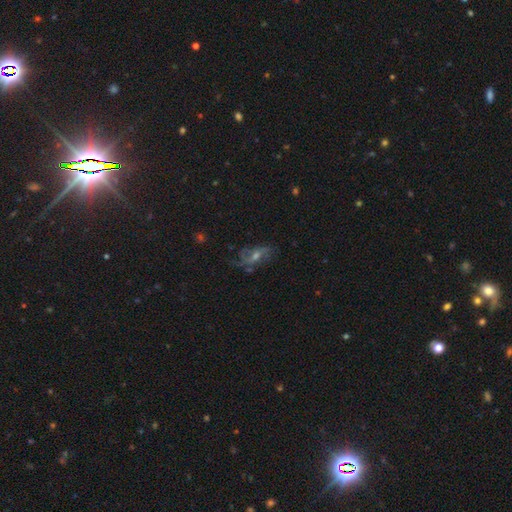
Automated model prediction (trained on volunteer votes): A featured or disk galaxy (64%) with no bar (48%), spiral arms (85%) and a moderate central bulge (53%). Merging: none (66%).